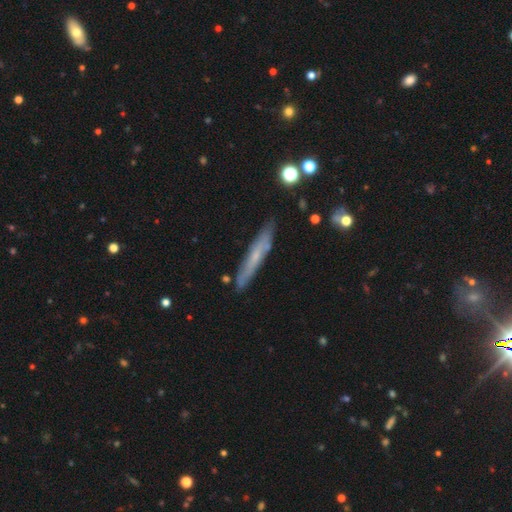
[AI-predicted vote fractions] A featured or disk galaxy (49%).

Vote fractions:
- Smooth or featured? featured or disk: 49% / smooth: 44% / star or artifact: 8%
- Merging? none: 84% / minor disturbance: 12% / major disturbance: 2% / merger: 2%